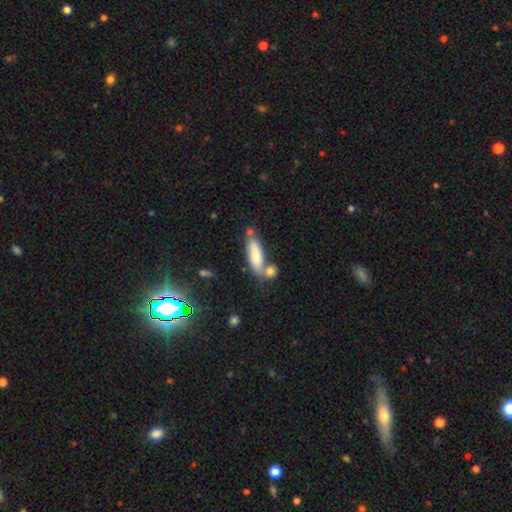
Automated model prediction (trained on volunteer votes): This is clearly a smooth galaxy (80%). How rounded: possibly in between (50%). Merging: possibly none (57%).